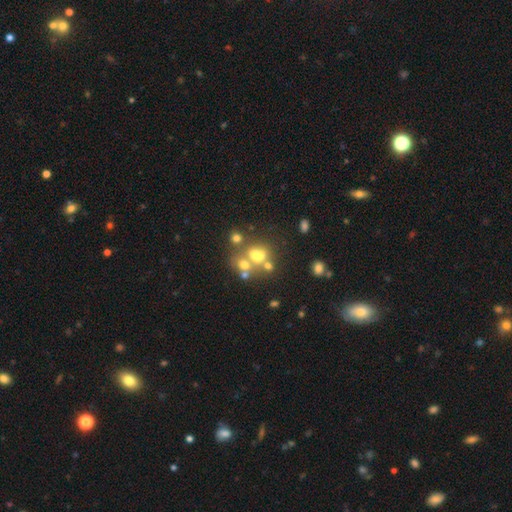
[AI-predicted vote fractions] Smooth or featured? smooth (58%)
How rounded? round (53%)
Merging? merger (44%)